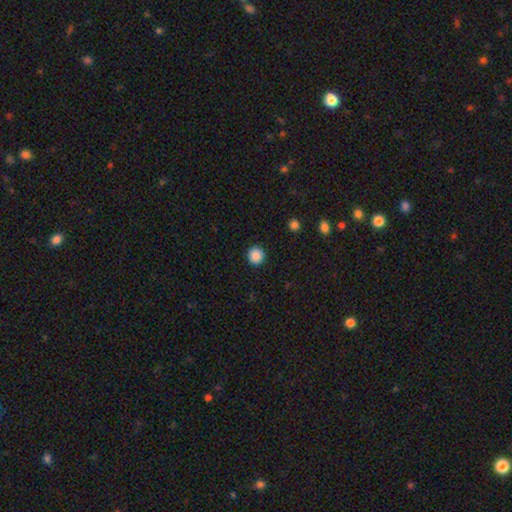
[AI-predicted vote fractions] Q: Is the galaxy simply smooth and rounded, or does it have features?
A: smooth — 88%.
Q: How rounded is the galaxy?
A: round — 95%.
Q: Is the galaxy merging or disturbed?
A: none — 93%.